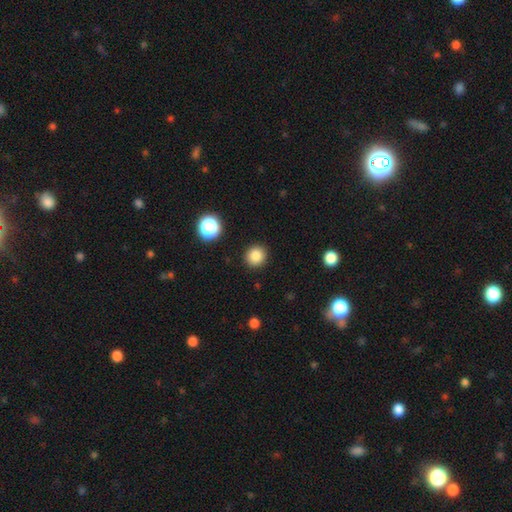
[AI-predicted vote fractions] Smooth or featured: smooth — 84% (star or artifact — 12%)
How rounded: round — 92% (in between — 7%)
Merging: none — 91% (minor disturbance — 6%)